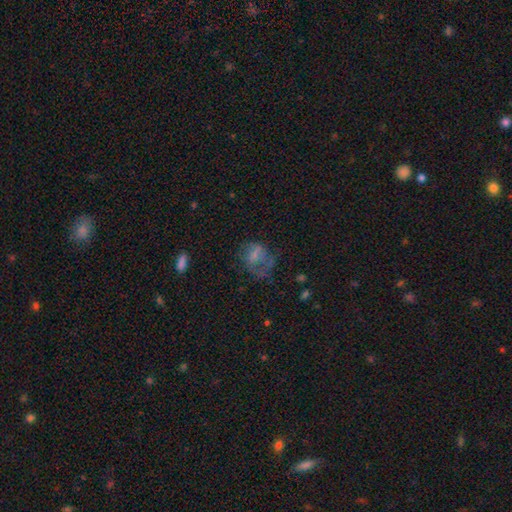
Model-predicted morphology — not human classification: This appears to be a smooth galaxy with no disk features (47%). Merging: major disturbance (45%).